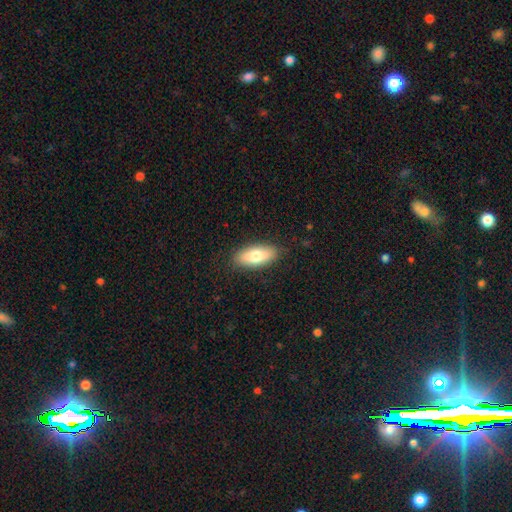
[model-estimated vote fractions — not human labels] Smooth or featured? Predicted: smooth (p=0.76). How rounded? Predicted: in between (p=0.80). Merging? Predicted: none (p=0.87).